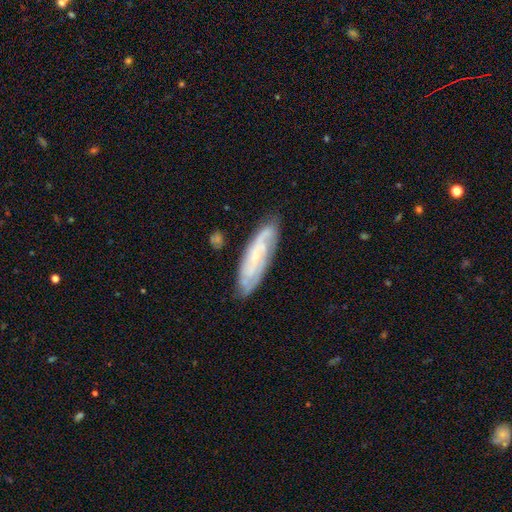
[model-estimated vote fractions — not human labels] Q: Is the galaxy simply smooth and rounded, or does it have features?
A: featured or disk — 74%.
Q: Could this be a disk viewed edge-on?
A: no — 82%.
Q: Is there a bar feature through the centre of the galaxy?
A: no — 59%.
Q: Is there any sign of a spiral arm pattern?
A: yes — 91%.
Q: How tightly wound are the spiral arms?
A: tight — 54%.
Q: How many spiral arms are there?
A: can't tell — 38%.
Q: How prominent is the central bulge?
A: small — 75%.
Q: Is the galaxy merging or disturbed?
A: none — 78%.